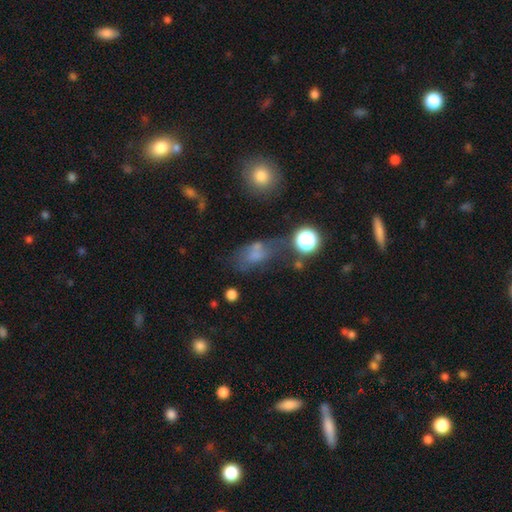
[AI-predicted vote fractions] Q: Smooth or featured?
A: smooth (51%); runner-up: star or artifact (26%)
Q: How rounded?
A: in between (73%); runner-up: round (19%)
Q: Merging?
A: none (42%); runner-up: minor disturbance (22%)